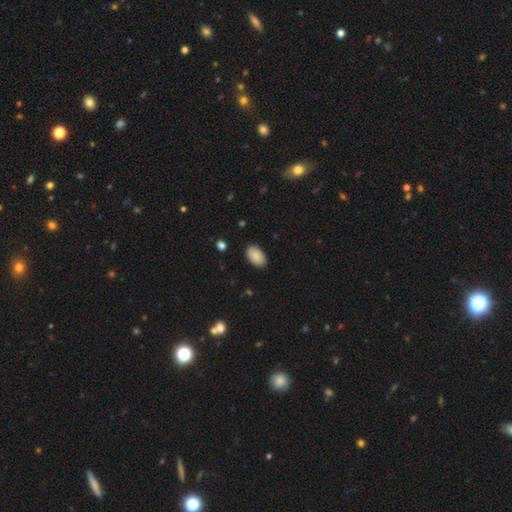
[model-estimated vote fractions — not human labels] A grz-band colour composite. It shows a smooth galaxy with no disk features (90%) that is in between round and cigar-shaped (93%). Merging: none (88%).